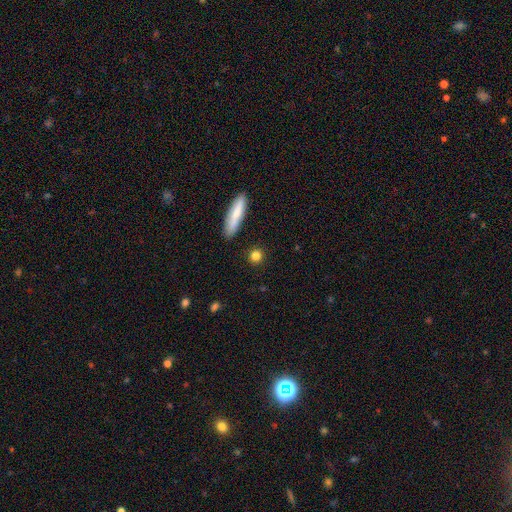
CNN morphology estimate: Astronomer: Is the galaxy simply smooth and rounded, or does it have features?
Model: smooth — 83%.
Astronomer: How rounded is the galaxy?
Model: round — 75%.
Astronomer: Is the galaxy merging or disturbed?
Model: none — 89%.